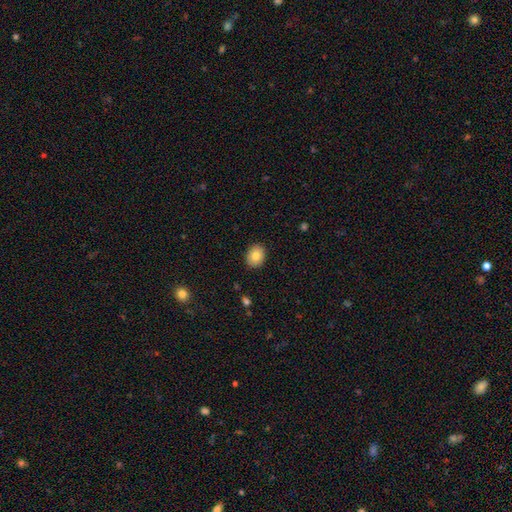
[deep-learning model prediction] Smooth or featured? Predicted: smooth (p=0.82). How rounded? Predicted: round (p=0.53). Merging? Predicted: none (p=0.90).